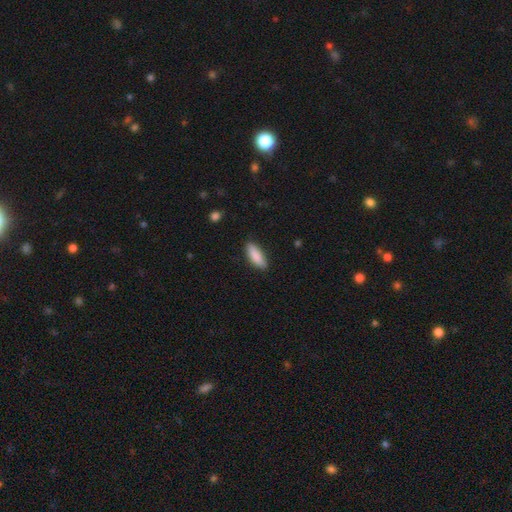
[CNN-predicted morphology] This is clearly a smooth galaxy (88%). How rounded: likely in between (61%). Merging: clearly none (87%).